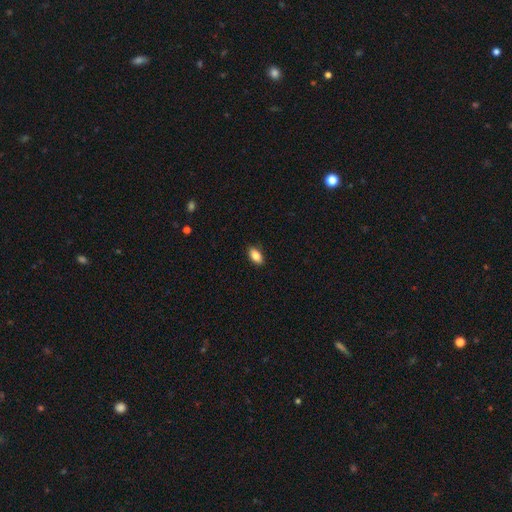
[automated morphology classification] The model was most divided on "merging": none: 88%, minor disturbance: 9%, major disturbance: 2%, merger: 1%. More confident: how rounded — in between (91%); smooth or featured — smooth (86%).